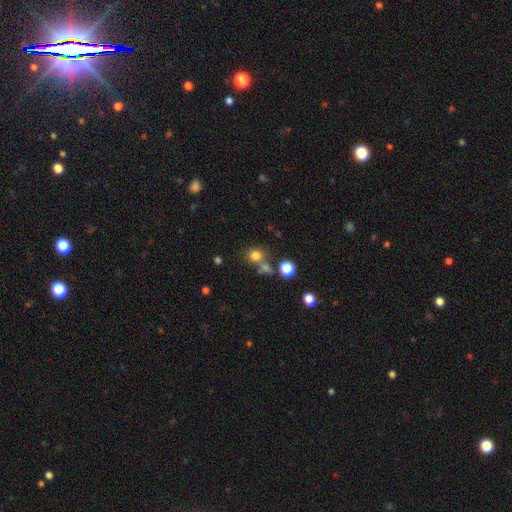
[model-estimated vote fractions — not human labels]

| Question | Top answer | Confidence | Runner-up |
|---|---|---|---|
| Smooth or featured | smooth | 77% | star or artifact (16%) |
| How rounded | round | 78% | in between (21%) |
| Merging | none | 61% | merger (24%) |